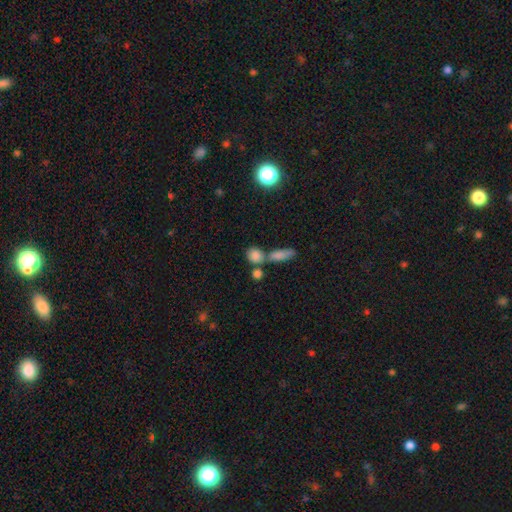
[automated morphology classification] Smooth or featured? smooth (82%)
How rounded? round (60%)
Merging? none (50%)